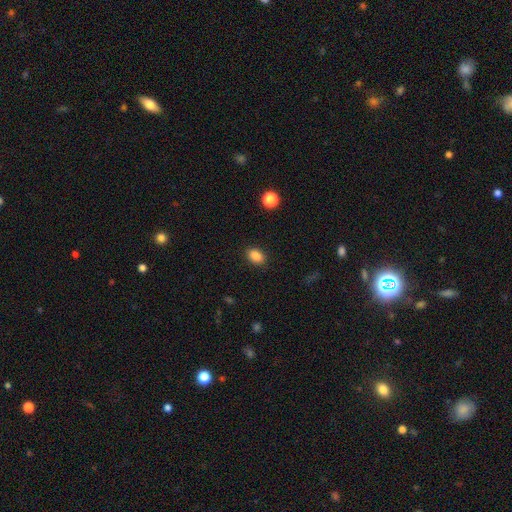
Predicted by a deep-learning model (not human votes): This is clearly a smooth galaxy (87%). How rounded: likely in between (78%). Merging: clearly none (88%).